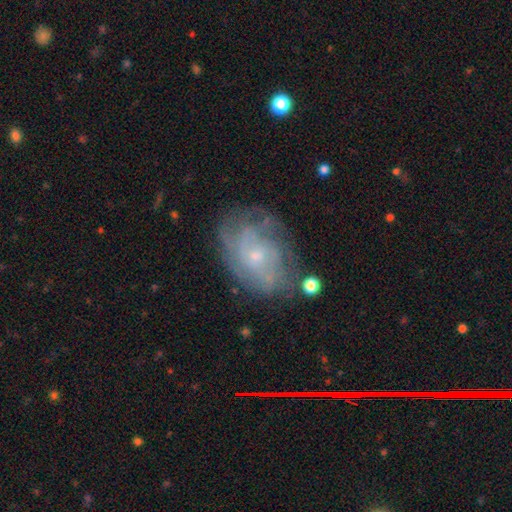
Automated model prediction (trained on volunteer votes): smooth_or_featured: featured or disk (p=0.72) [alt: smooth p=0.18]
disk_edge_on: no (p=0.96) [alt: yes p=0.04]
bar: no (p=0.77) [alt: weak p=0.20]
has_spiral_arms: yes (p=0.82) [alt: no p=0.18]
spiral_winding: tight (p=0.56) [alt: medium p=0.31]
spiral_arm_count: can't tell (p=0.55) [alt: 2 p=0.13]
bulge_size: small (p=0.74) [alt: moderate p=0.21]
merging: none (p=0.67) [alt: minor disturbance p=0.21]